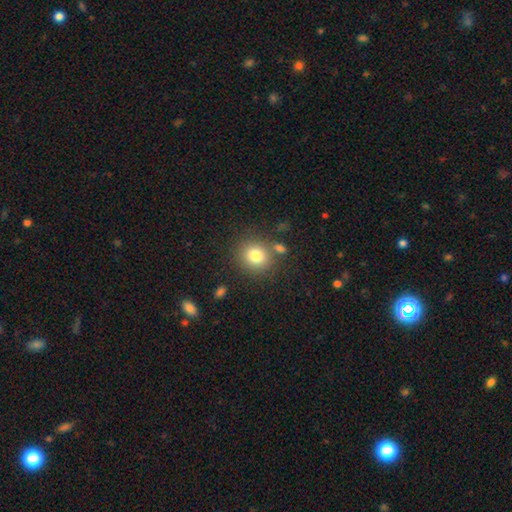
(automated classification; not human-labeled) This appears to be a smooth galaxy with no disk features (80%) that is round (79%). Merging: none (78%).